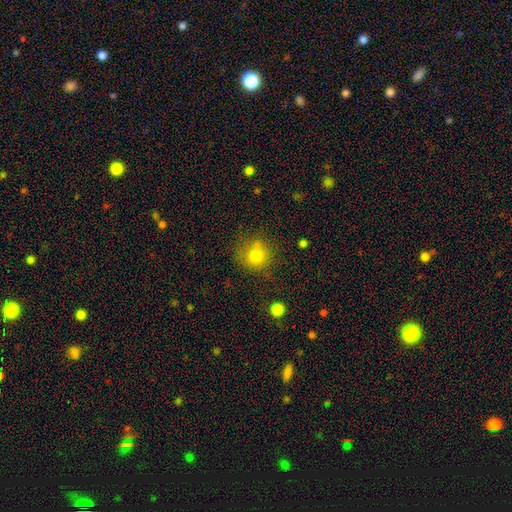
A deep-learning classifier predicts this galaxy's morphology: smooth-or-featured: smooth: 79% | star or artifact: 12% | featured or disk: 9%
  how-rounded: round: 85% | in between: 14% | cigar-shaped: 1%
  merging: none: 65% | minor disturbance: 19% | merger: 9% | major disturbance: 8%